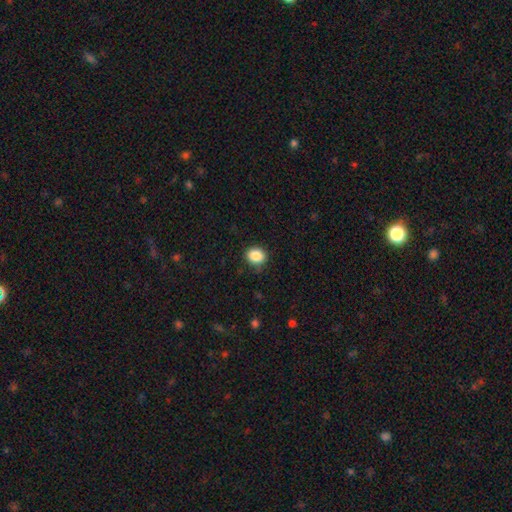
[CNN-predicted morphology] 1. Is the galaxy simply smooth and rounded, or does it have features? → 87% smooth, 9% star or artifact, 4% featured or disk.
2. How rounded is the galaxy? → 66% round, 33% in between, 1% cigar-shaped.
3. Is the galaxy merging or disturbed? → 85% none, 11% minor disturbance, 3% major disturbance, 1% merger.